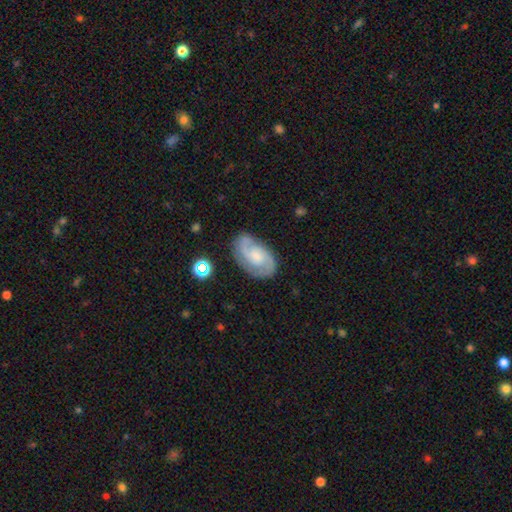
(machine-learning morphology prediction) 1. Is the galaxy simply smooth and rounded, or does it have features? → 80% featured or disk, 14% smooth, 6% star or artifact.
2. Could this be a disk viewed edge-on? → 97% no, 3% yes.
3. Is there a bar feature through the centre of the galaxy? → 59% no, 35% weak, 6% strong.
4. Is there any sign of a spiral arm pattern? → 96% yes, 4% no.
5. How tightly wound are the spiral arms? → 49% medium, 36% tight, 15% loose.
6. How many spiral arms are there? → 84% 2, 7% can't tell, 4% 3, 2% 1, 1% 4, 1% more than 4.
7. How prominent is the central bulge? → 49% small, 31% moderate, 14% none, 5% large, 1% dominant.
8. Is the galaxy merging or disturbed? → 77% none, 16% minor disturbance, 5% major disturbance, 2% merger.